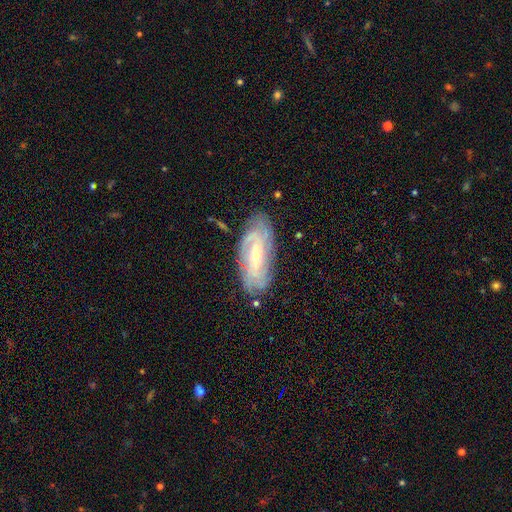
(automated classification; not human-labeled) featured or disk 82%, smooth 12%, star or artifact 6%. Down the decision tree: edge-on disk — no (91%); bar — weak (43%); spiral arms — yes (94%); spiral arm count — can't tell (39%); spiral winding — tight (69%); bulge size — small (65%); merging — none (80%).